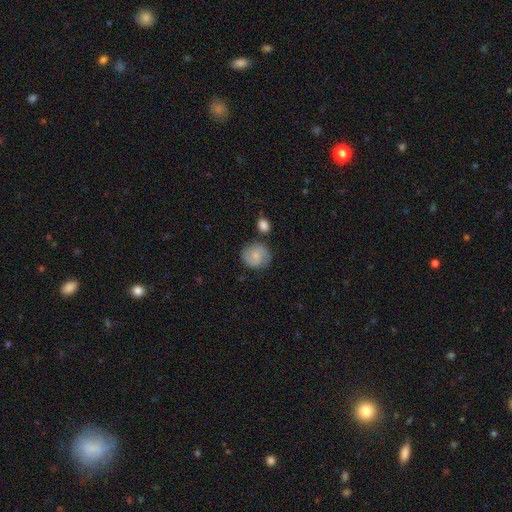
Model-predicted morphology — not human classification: Smooth or featured: smooth — 49% (featured or disk — 43%)
Merging: none — 75% (minor disturbance — 14%)